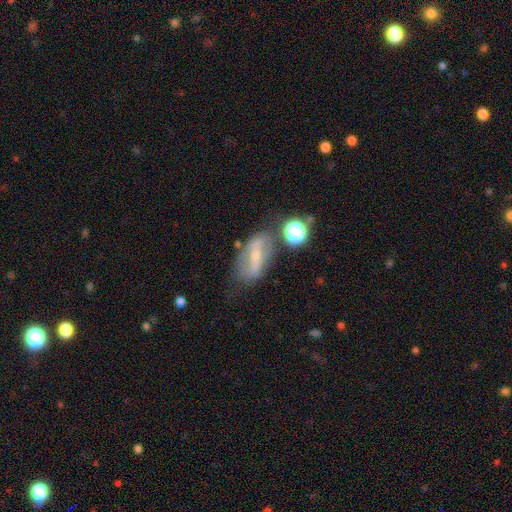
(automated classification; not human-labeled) smooth-or-featured: featured or disk: 60% | smooth: 29% | star or artifact: 11%
  disk-edge-on: no: 82% | yes: 18%
  merging: none: 57% | minor disturbance: 23% | major disturbance: 12% | merger: 8%